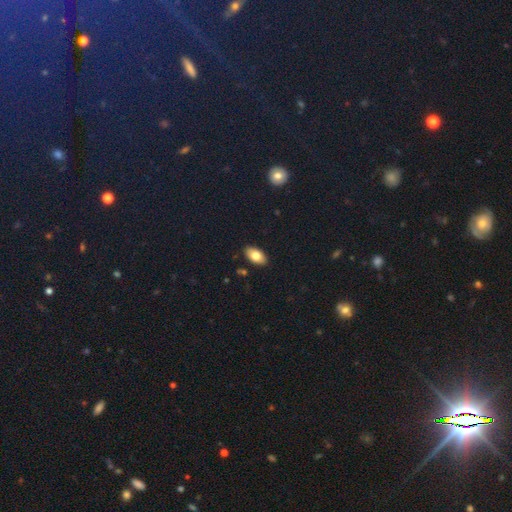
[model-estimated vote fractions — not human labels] Smooth or featured? Predicted: smooth (p=0.79). How rounded? Predicted: in between (p=0.93). Merging? Predicted: none (p=0.88).